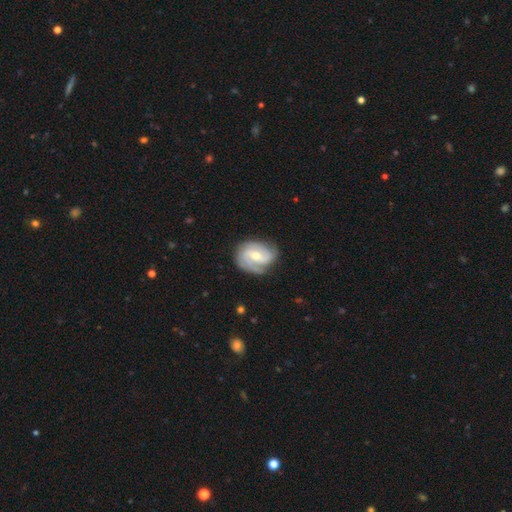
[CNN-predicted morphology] type=featured or disk (81%); edge-on=no (98%); bar=weak (47%); spiral arms=yes (95%); winding=tight (46%); arm count=2 (45%); bulge=moderate (54%); merging=none (70%).